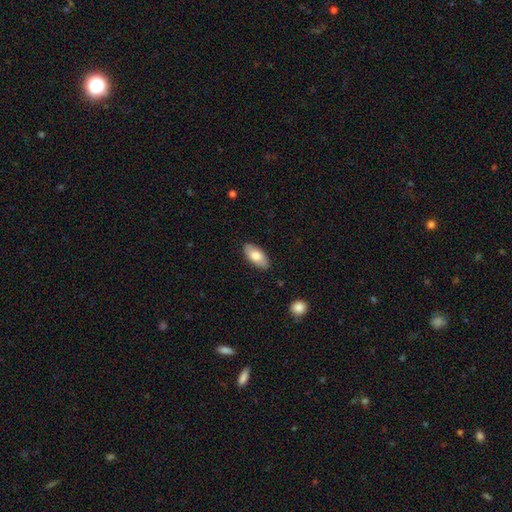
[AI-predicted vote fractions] Smooth or featured? Predicted: smooth (p=0.78). How rounded? Predicted: in between (p=0.91). Merging? Predicted: none (p=0.87).